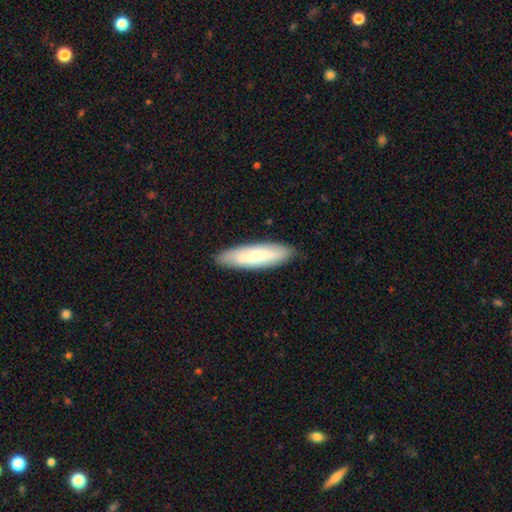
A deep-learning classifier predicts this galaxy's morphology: Smooth or featured? Predicted: smooth (p=0.61). How rounded? Predicted: cigar-shaped (p=0.58). Merging? Predicted: none (p=0.88).